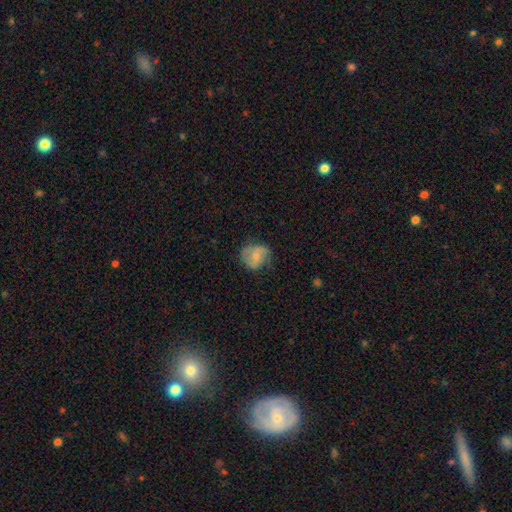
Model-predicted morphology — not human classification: Q: Smooth or featured?
A: smooth (56%); runner-up: featured or disk (36%)
Q: How rounded?
A: round (69%); runner-up: in between (30%)
Q: Merging?
A: none (56%); runner-up: minor disturbance (29%)